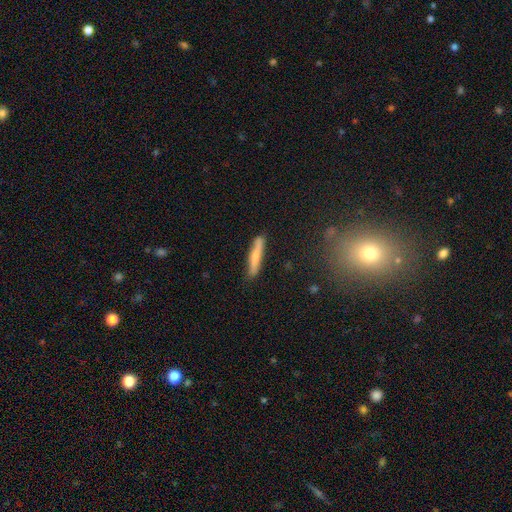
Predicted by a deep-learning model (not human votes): The model was most divided on "smooth or featured": smooth: 65%, featured or disk: 28%, star or artifact: 6%. More confident: how rounded — cigar-shaped (93%); merging — none (84%).